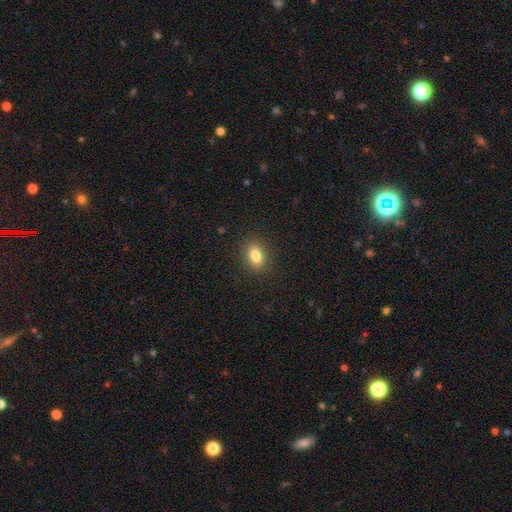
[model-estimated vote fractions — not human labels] Smooth or featured? Predicted: smooth (p=0.83). How rounded? Predicted: in between (p=0.79). Merging? Predicted: none (p=0.88).